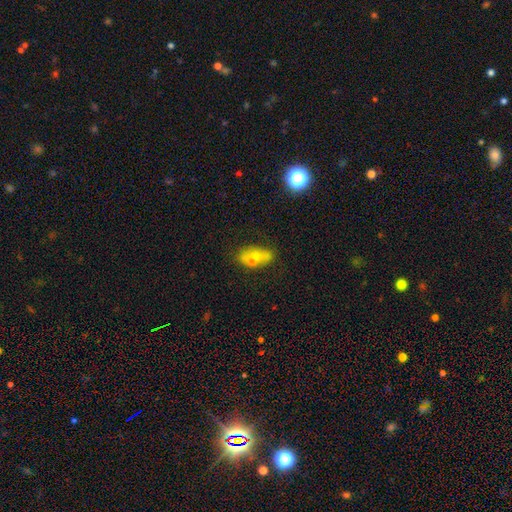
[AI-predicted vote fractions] The model was most divided on "merging": none: 41%, merger: 37%, minor disturbance: 14%, major disturbance: 7%. More confident: how rounded — in between (79%); smooth or featured — smooth (59%).